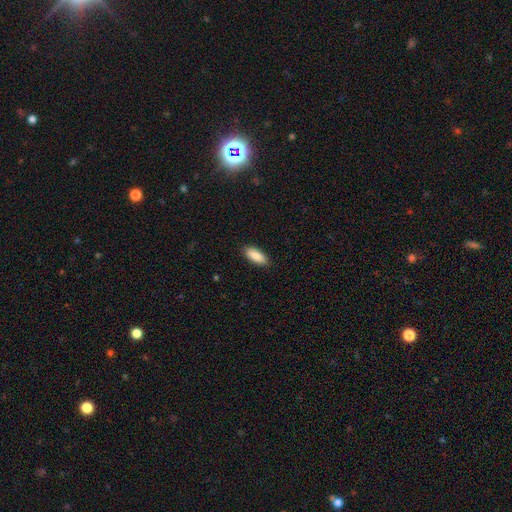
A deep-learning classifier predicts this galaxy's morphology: smooth-or-featured: smooth: 90% | star or artifact: 6% | featured or disk: 4%
  how-rounded: in between: 84% | cigar-shaped: 14% | round: 2%
  merging: none: 88% | minor disturbance: 9% | major disturbance: 2% | merger: 1%